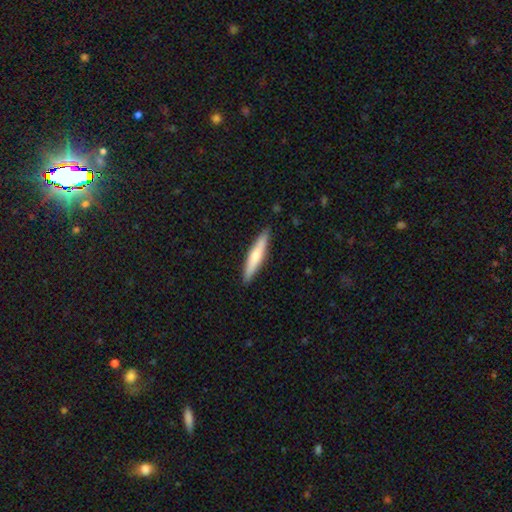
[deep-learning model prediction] This appears to be a smooth galaxy with no disk features (61%) that is cigar-shaped (90%). Merging: none (89%).